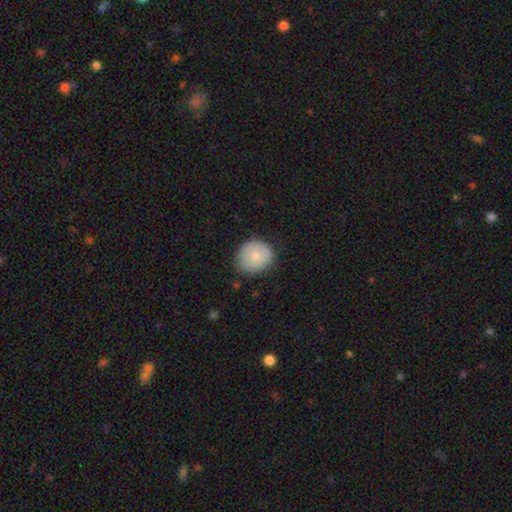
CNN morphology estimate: Q: Smooth or featured?
A: smooth (75%); runner-up: featured or disk (18%)
Q: How rounded?
A: round (76%); runner-up: in between (23%)
Q: Merging?
A: none (76%); runner-up: minor disturbance (19%)